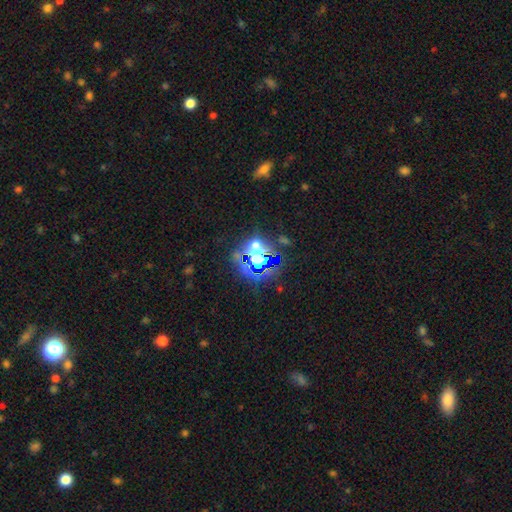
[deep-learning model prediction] This is likely a star or artifact rather than a galaxy (77%).